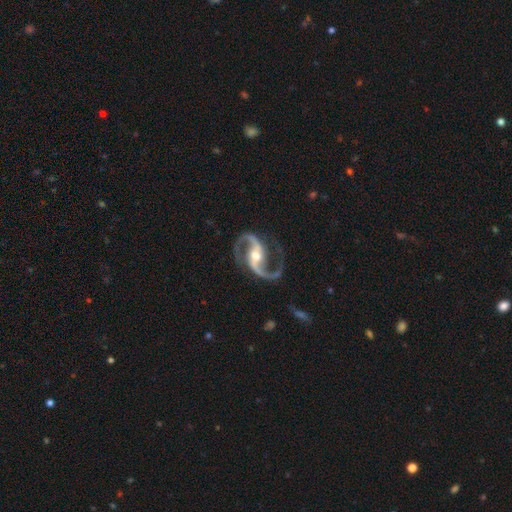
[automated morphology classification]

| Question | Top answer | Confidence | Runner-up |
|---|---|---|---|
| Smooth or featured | featured or disk | 94% | star or artifact (4%) |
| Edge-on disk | no | 98% | yes (2%) |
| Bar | strong | 42% | weak (34%) |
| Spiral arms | yes | 99% | no (1%) |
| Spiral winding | medium | 56% | loose (35%) |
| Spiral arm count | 2 | 95% | 1 (1%) |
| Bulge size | moderate | 69% | small (23%) |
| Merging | none | 81% | minor disturbance (11%) |